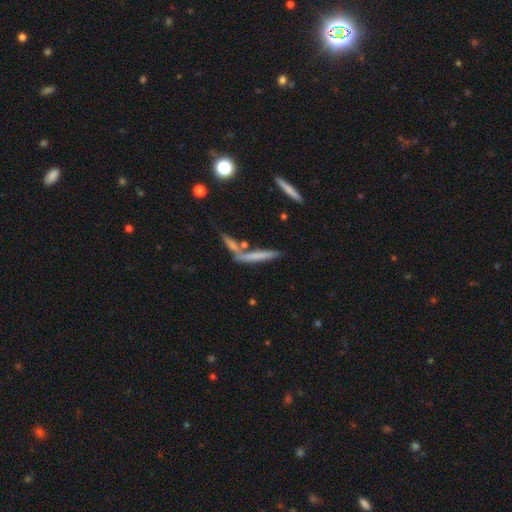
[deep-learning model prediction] Overall: smooth (56%; featured or disk 35%). How rounded: cigar-shaped (91%). Merging: none (59%; merger 26%).